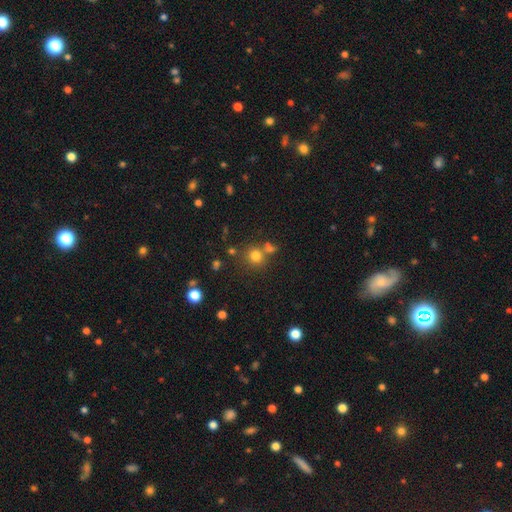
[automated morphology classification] Smooth or featured: smooth — 76% (star or artifact — 16%)
How rounded: round — 87% (in between — 12%)
Merging: none — 66% (merger — 19%)